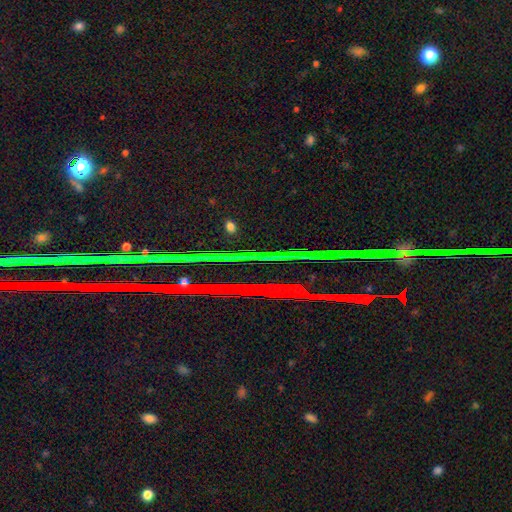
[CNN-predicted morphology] The model was most divided on "smooth or featured": star or artifact: 86%, featured or disk: 8%, smooth: 6%.